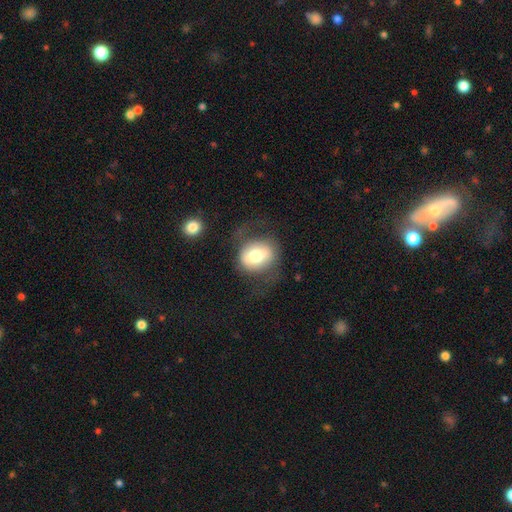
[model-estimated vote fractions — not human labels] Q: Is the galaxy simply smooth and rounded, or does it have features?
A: smooth — 56%.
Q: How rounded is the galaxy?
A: round — 63%.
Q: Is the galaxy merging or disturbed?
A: none — 63%.